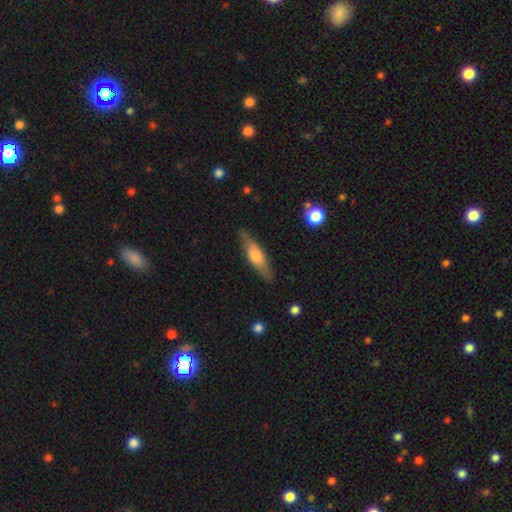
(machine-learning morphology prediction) type=smooth (51%); roundness=cigar-shaped (60%); merging=none (83%).